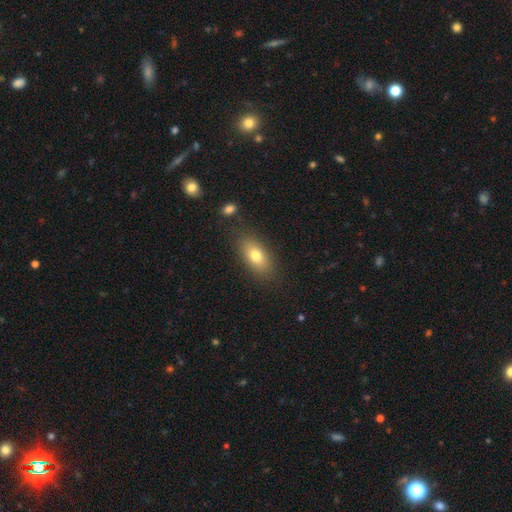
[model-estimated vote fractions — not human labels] smooth-or-featured: smooth: 76% | featured or disk: 15% | star or artifact: 8%
  how-rounded: in between: 86% | cigar-shaped: 7% | round: 7%
  merging: none: 83% | minor disturbance: 11% | major disturbance: 4% | merger: 2%